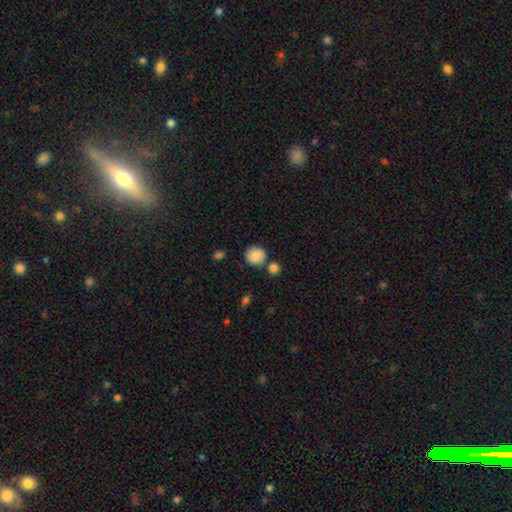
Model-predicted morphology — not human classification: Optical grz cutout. It shows a smooth galaxy with no disk features (84%) that is round (87%). Merging: none (71%).